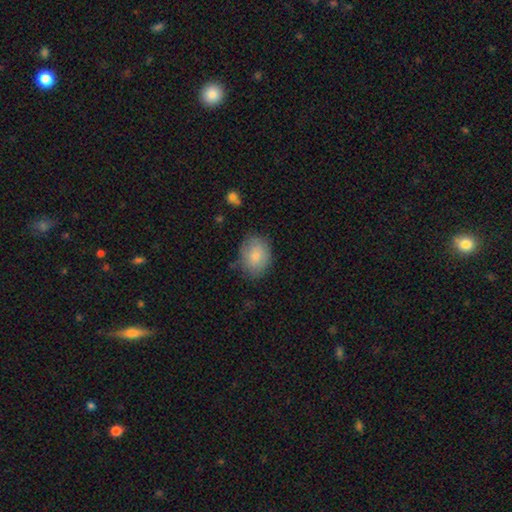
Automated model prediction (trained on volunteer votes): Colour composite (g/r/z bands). It shows a smooth galaxy with no disk features (82%) that is in between round and cigar-shaped (57%). Merging: none (76%).